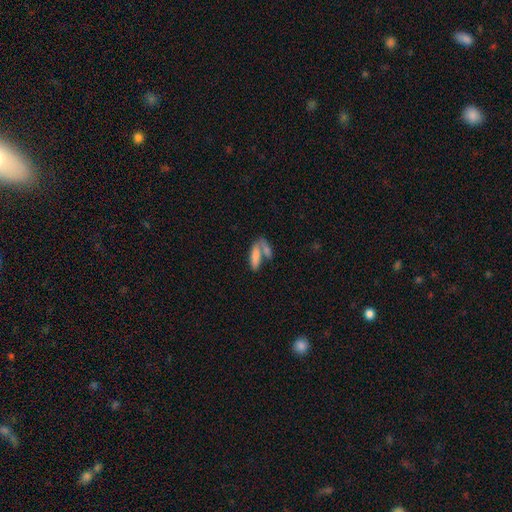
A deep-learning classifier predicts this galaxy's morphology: smooth-or-featured: smooth: 77% | featured or disk: 16% | star or artifact: 8%
  how-rounded: in between: 59% | cigar-shaped: 38% | round: 3%
  merging: merger: 55% | none: 30% | minor disturbance: 9% | major disturbance: 6%